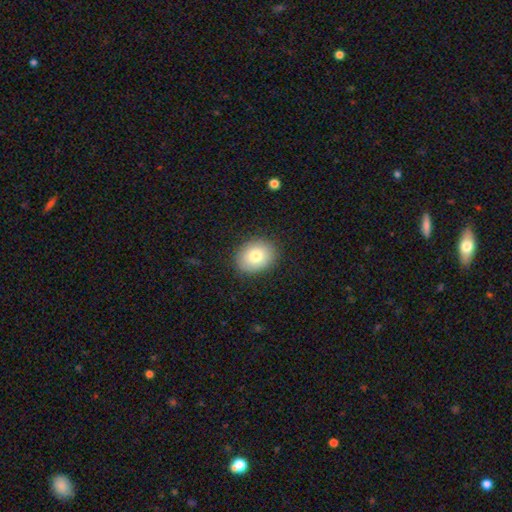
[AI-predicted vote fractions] Q: Smooth or featured?
A: smooth (79%); runner-up: featured or disk (12%)
Q: How rounded?
A: in between (56%); runner-up: round (44%)
Q: Merging?
A: none (87%); runner-up: minor disturbance (9%)